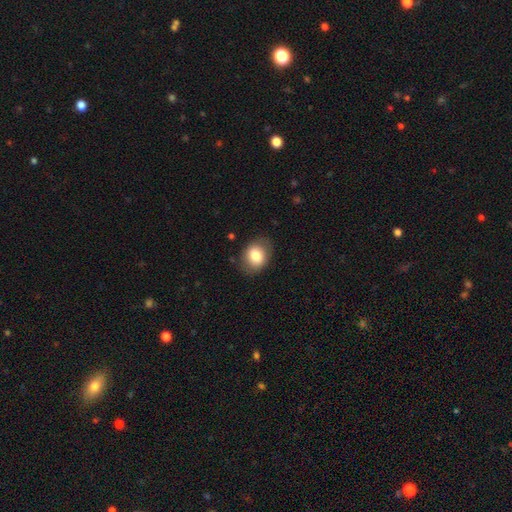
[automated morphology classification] Smooth or featured? smooth (80%)
How rounded? in between (55%)
Merging? none (81%)